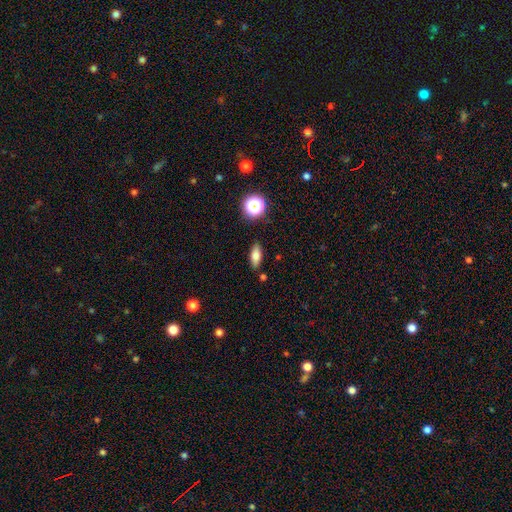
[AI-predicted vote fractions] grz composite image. It shows a smooth galaxy with no disk features (73%) that is in between round and cigar-shaped (73%). Merging: none (85%).